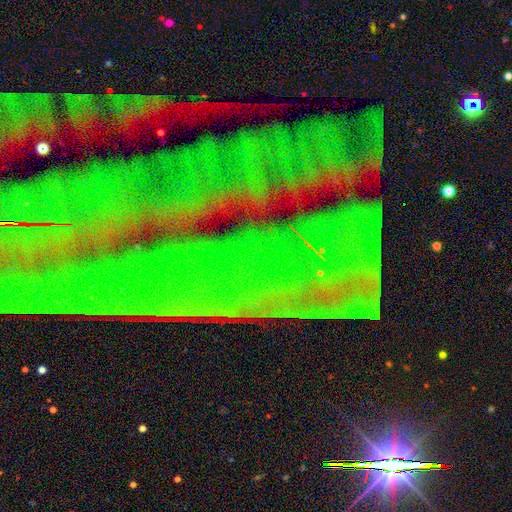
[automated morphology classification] A star or artifact, not a galaxy (85%).

Vote fractions:
- Smooth or featured? star or artifact: 85% / featured or disk: 9% / smooth: 7%